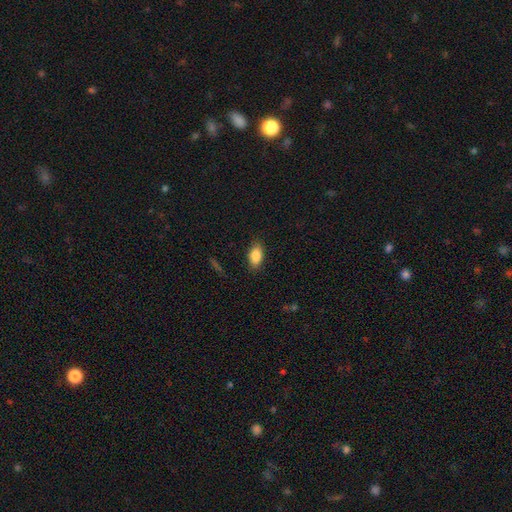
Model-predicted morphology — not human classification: Q: Smooth or featured?
A: smooth (87%); runner-up: star or artifact (7%)
Q: How rounded?
A: in between (90%); runner-up: round (6%)
Q: Merging?
A: none (85%); runner-up: minor disturbance (12%)